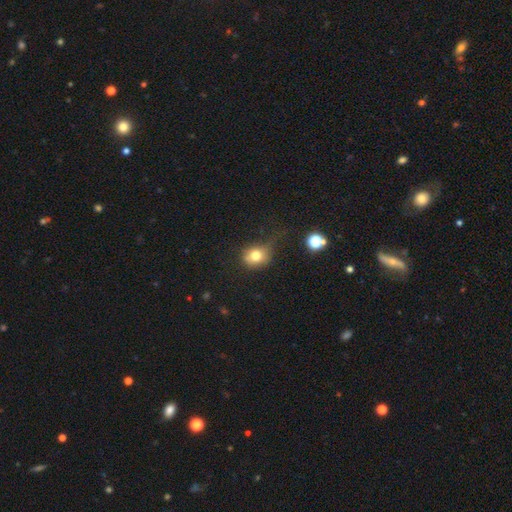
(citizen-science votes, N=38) Q: Smooth or featured?
A: smooth (82%); runner-up: featured or disk (11%)
Q: How rounded?
A: round (71%); runner-up: in between (29%)
Q: Merging?
A: none (54%); runner-up: minor disturbance (34%)